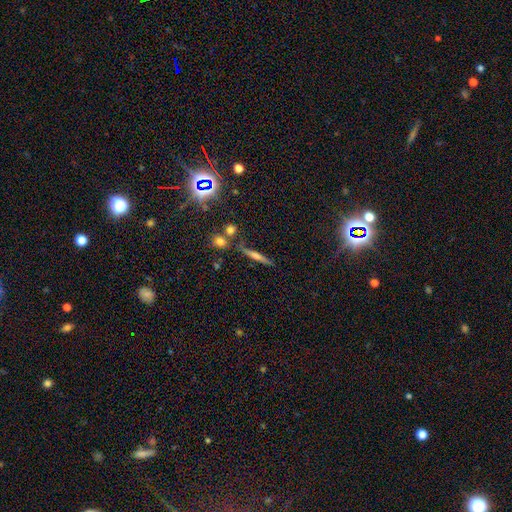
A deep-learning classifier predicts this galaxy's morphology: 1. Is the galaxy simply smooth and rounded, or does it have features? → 47% featured or disk, 33% smooth, 20% star or artifact.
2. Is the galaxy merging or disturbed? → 75% none, 13% minor disturbance, 9% merger, 4% major disturbance.